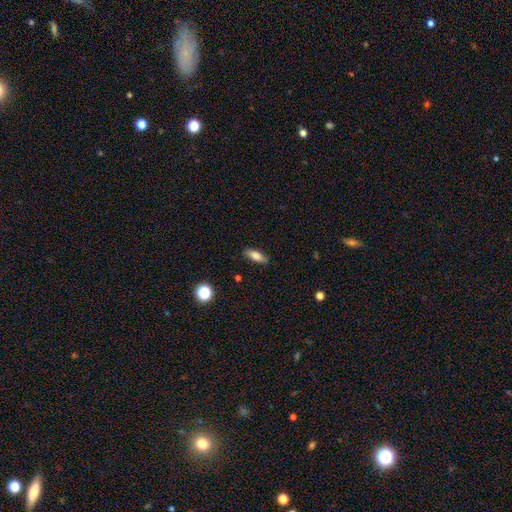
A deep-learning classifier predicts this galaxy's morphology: smooth_or_featured: smooth (p=0.81) [alt: featured or disk p=0.11]
how_rounded: in between (p=0.68) [alt: cigar-shaped p=0.29]
merging: none (p=0.85) [alt: minor disturbance p=0.12]